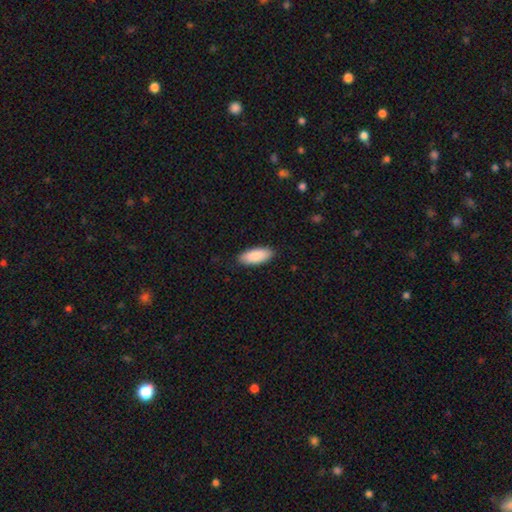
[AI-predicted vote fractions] smooth-or-featured: smooth: 91% | star or artifact: 5% | featured or disk: 4%
  how-rounded: in between: 85% | cigar-shaped: 13% | round: 2%
  merging: none: 88% | minor disturbance: 9% | major disturbance: 2% | merger: 1%